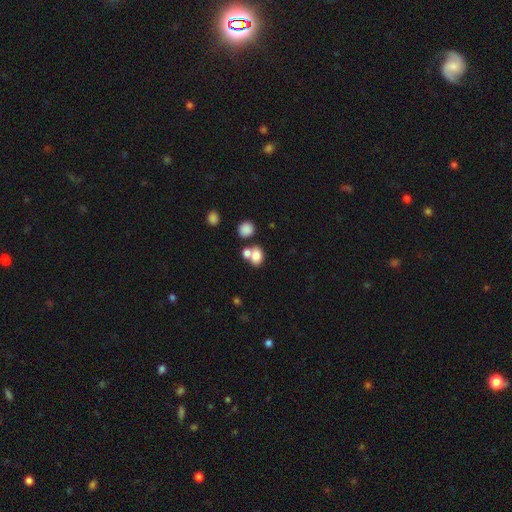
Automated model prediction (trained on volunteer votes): smooth-or-featured: smooth: 78% | featured or disk: 11% | star or artifact: 11%
  how-rounded: in between: 57% | round: 41% | cigar-shaped: 1%
  merging: merger: 47% | none: 39% | minor disturbance: 9% | major disturbance: 4%